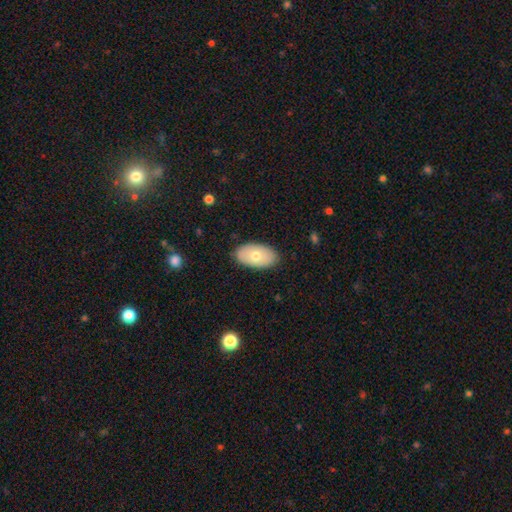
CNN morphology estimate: Smooth or featured? Predicted: smooth (p=0.68). How rounded? Predicted: in between (p=0.94). Merging? Predicted: none (p=0.87).